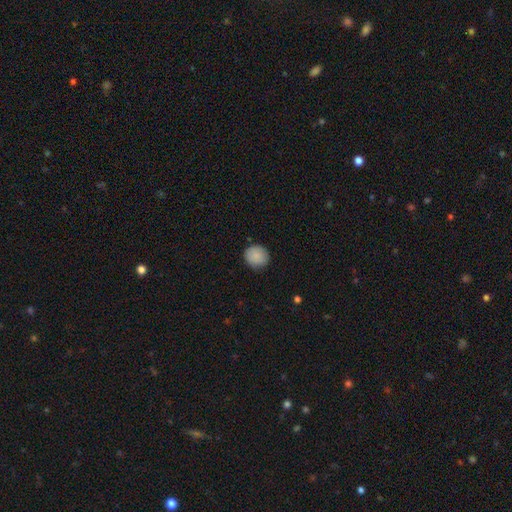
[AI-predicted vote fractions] smooth 88%, star or artifact 7%, featured or disk 5%. Down the decision tree: how rounded — round (85%); merging — none (87%).